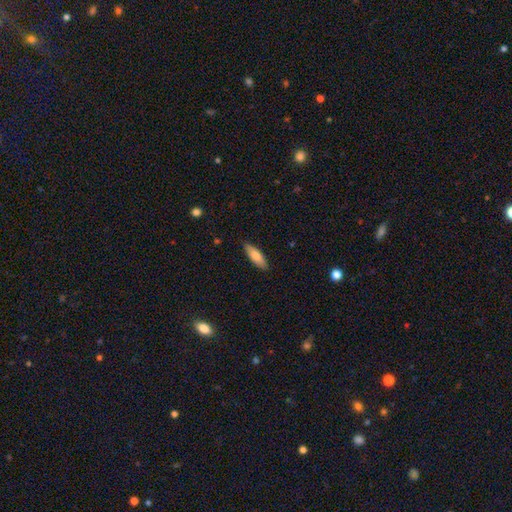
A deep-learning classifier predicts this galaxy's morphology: smooth 78%, featured or disk 16%, star or artifact 6%. Down the decision tree: how rounded — in between (51%); merging — none (87%).